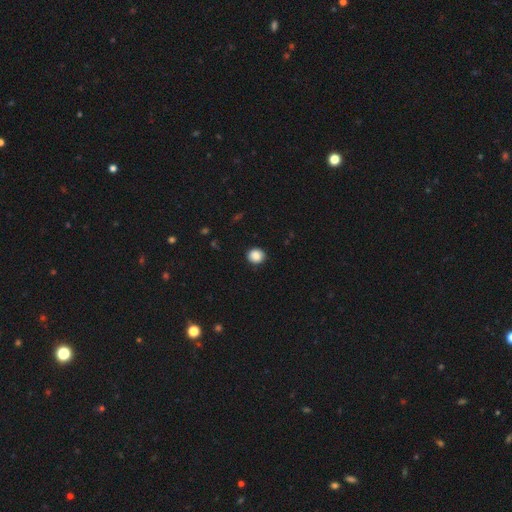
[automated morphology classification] Smooth or featured: smooth — 87% (star or artifact — 9%)
How rounded: round — 87% (in between — 12%)
Merging: none — 90% (minor disturbance — 7%)